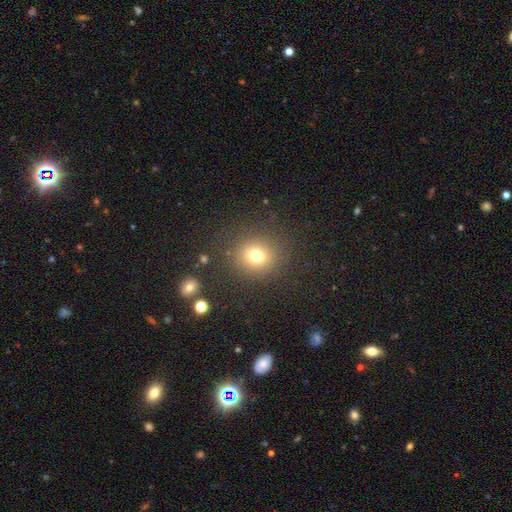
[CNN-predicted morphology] Smooth or featured? Predicted: smooth (p=0.76). How rounded? Predicted: round (p=0.82). Merging? Predicted: none (p=0.86).